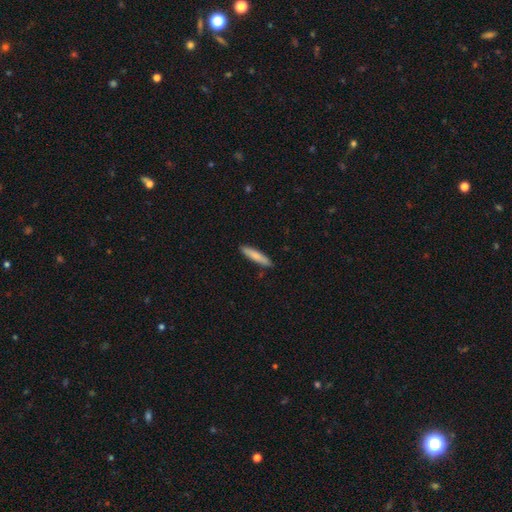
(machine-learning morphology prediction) Overall: smooth (80%). How rounded: cigar-shaped (87%). Merging: none (89%).